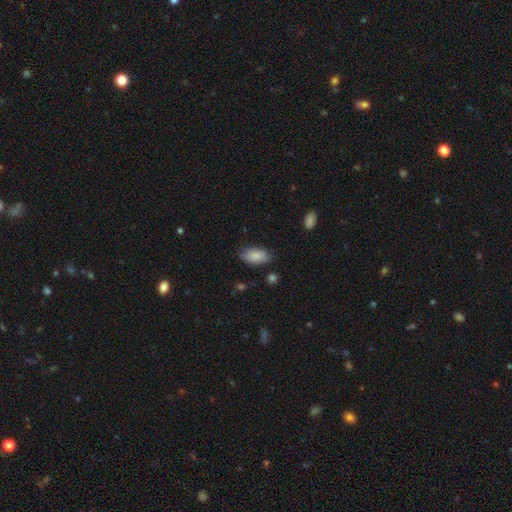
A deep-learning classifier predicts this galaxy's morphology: smooth 87%, featured or disk 7%, star or artifact 7%. Down the decision tree: how rounded — in between (93%); merging — none (81%).